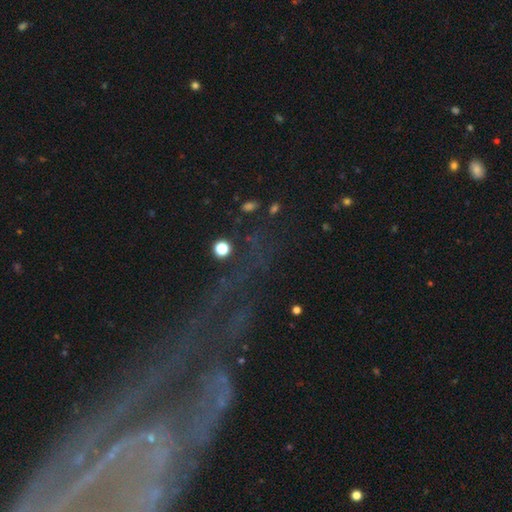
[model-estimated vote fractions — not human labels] Overall: featured or disk (44%; star or artifact 38%). Merging: none (61%).